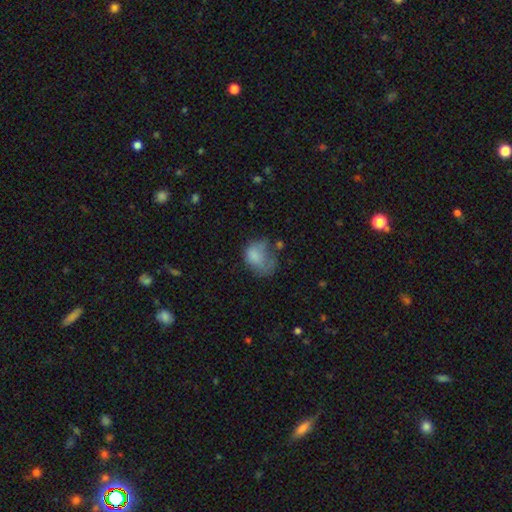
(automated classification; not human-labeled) This appears to be a smooth galaxy with no disk features (69%) that is in between round and cigar-shaped (67%). Merging: major disturbance (43%).